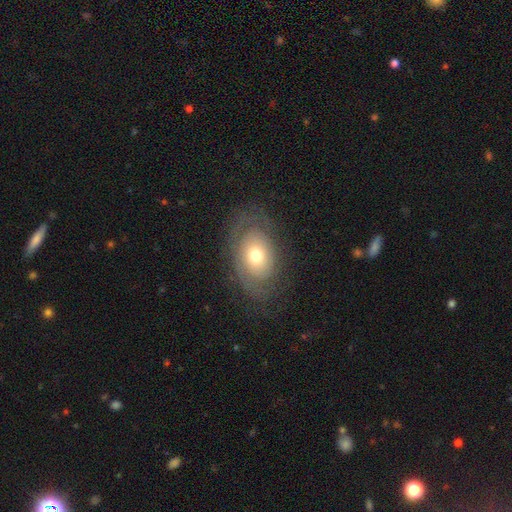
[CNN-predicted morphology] smooth-or-featured: smooth: 47% | featured or disk: 44% | star or artifact: 9%
  merging: none: 71% | minor disturbance: 17% | major disturbance: 10% | merger: 1%